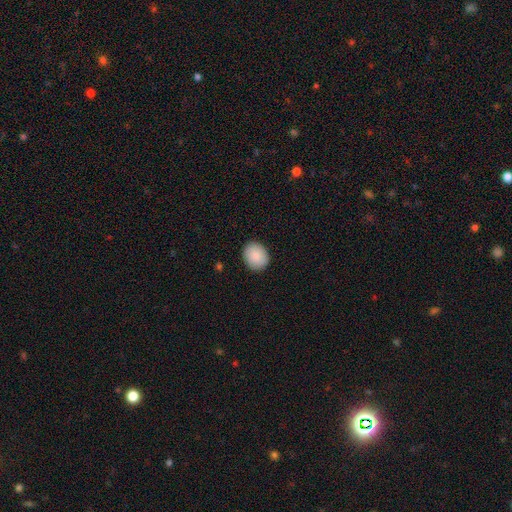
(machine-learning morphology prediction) Overall: smooth (88%). How rounded: round (59%; in between 40%). Merging: none (90%).